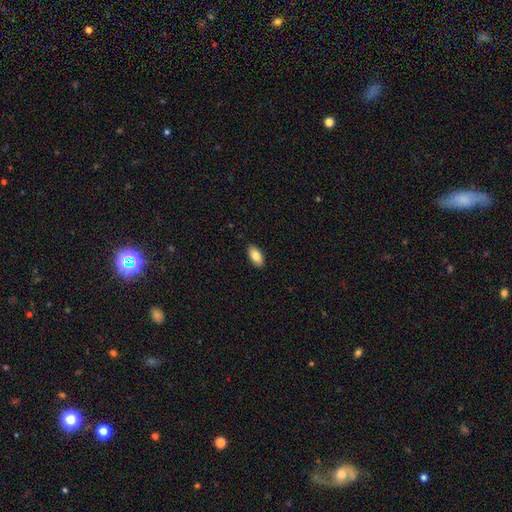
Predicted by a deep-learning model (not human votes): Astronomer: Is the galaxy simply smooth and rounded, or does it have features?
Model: smooth — 84%.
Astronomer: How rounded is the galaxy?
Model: in between — 92%.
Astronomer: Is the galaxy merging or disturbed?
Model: none — 89%.